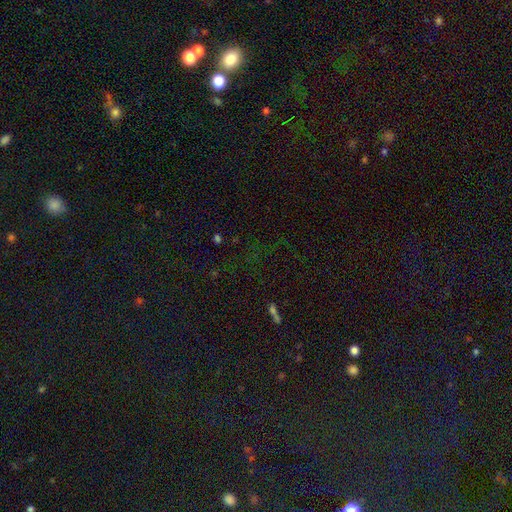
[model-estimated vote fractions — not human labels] Smooth or featured? star or artifact (75%)